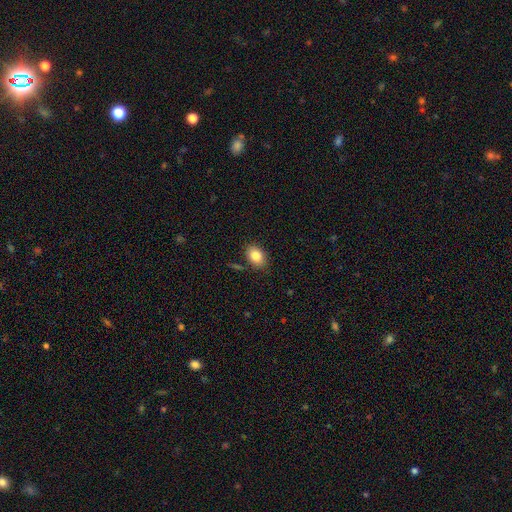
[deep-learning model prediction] Smooth or featured? Predicted: smooth (p=0.84). How rounded? Predicted: in between (p=0.79). Merging? Predicted: none (p=0.82).